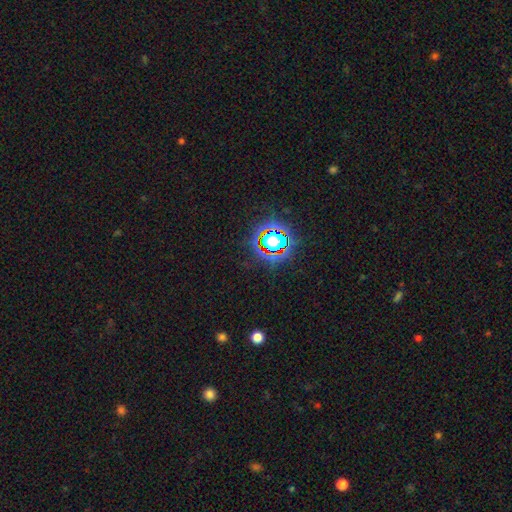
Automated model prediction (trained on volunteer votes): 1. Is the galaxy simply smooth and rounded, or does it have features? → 80% star or artifact, 13% smooth, 8% featured or disk.